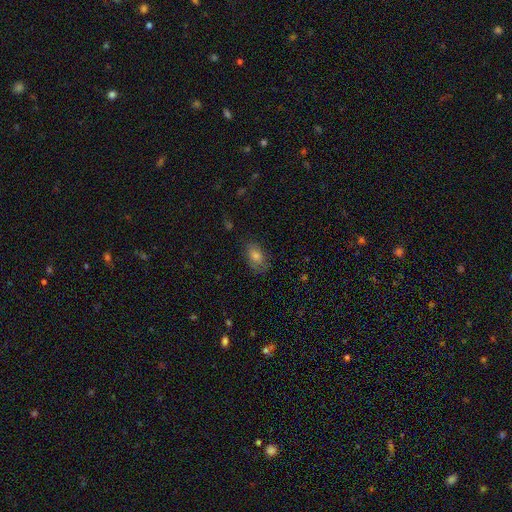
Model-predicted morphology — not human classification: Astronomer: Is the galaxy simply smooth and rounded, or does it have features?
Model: smooth — 72%.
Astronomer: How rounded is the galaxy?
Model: in between — 85%.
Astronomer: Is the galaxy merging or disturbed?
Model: none — 74%.